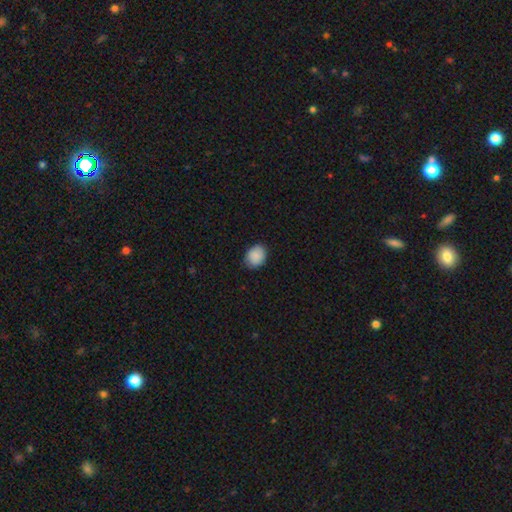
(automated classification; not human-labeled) This appears to be a smooth galaxy with no disk features (88%) that is in between round and cigar-shaped (50%). Merging: none (78%).